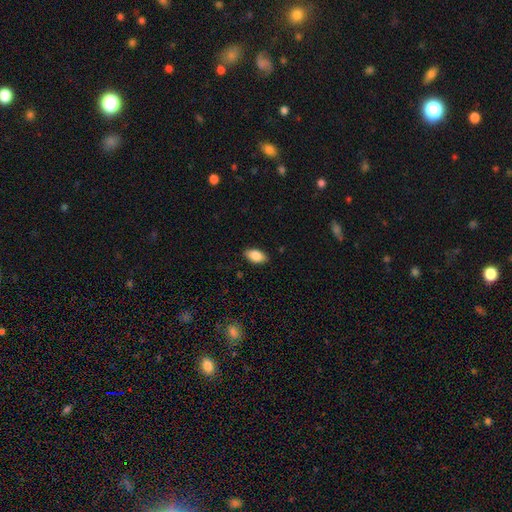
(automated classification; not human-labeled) smooth_or_featured: smooth (p=0.85) [alt: featured or disk p=0.08]
how_rounded: in between (p=0.93) [alt: round p=0.04]
merging: none (p=0.87) [alt: minor disturbance p=0.10]